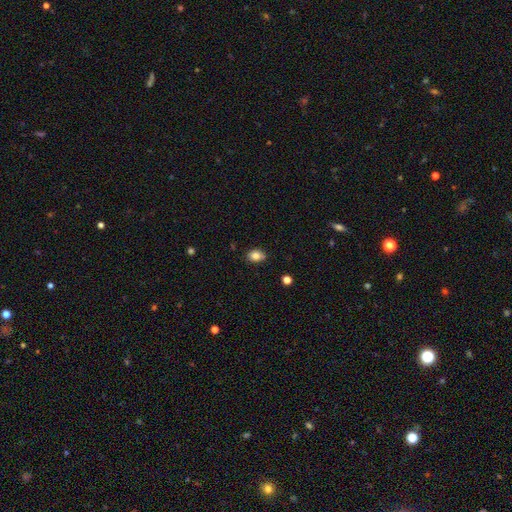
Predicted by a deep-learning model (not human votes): smooth 83%, star or artifact 10%, featured or disk 7%. Down the decision tree: how rounded — in between (63%); merging — none (76%).